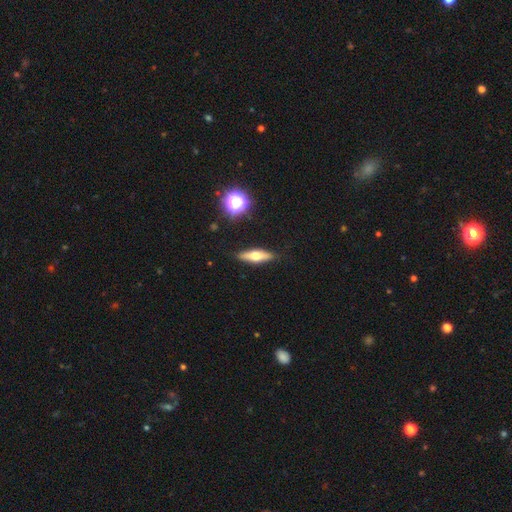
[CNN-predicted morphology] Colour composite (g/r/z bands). It shows a featured or disk galaxy (47%). Merging: none (88%).